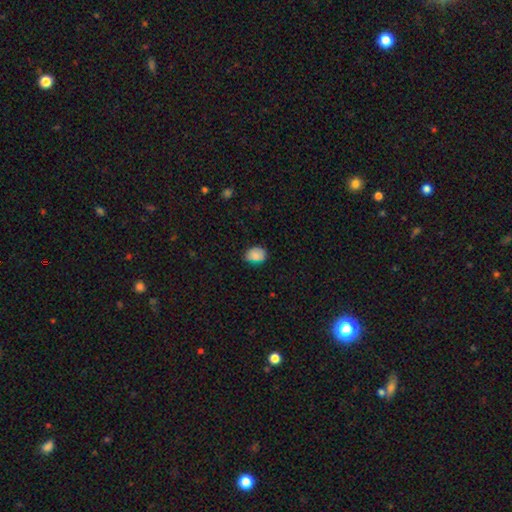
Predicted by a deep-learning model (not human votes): smooth-or-featured: smooth: 83% | star or artifact: 10% | featured or disk: 7%
  how-rounded: in between: 67% | round: 32% | cigar-shaped: 1%
  merging: none: 69% | minor disturbance: 25% | major disturbance: 4% | merger: 2%